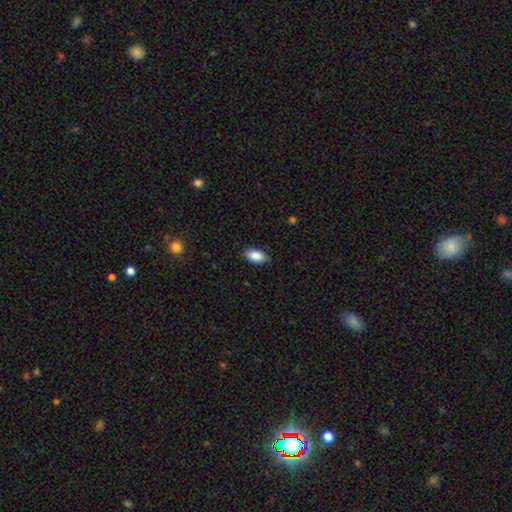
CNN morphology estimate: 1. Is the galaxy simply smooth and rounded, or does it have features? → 88% smooth, 7% star or artifact, 5% featured or disk.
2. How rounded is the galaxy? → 92% in between, 6% round, 2% cigar-shaped.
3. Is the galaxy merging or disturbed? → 86% none, 11% minor disturbance, 2% major disturbance, 1% merger.